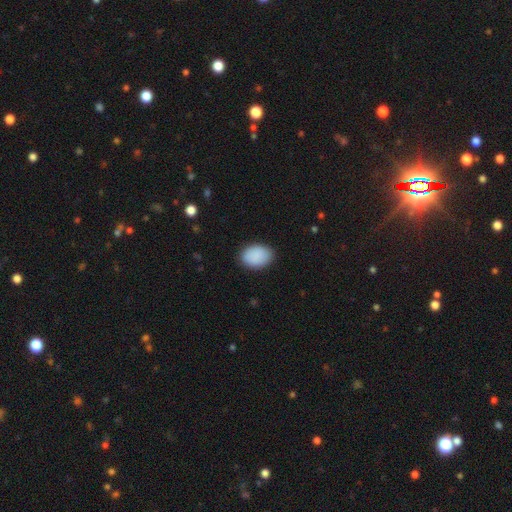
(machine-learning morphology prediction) This is clearly a smooth galaxy (90%). How rounded: clearly in between (81%). Merging: clearly none (86%).